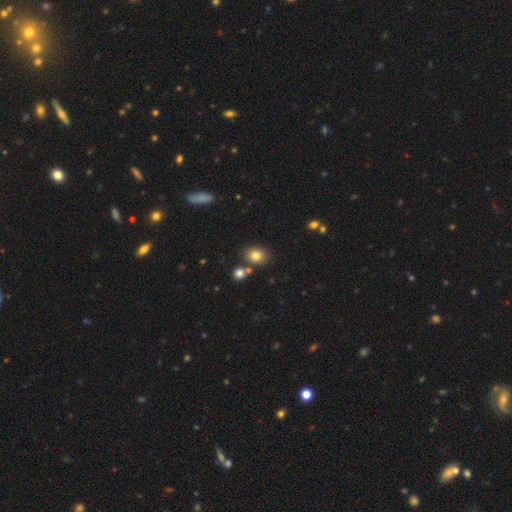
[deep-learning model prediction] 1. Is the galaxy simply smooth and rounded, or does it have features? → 80% smooth, 12% star or artifact, 8% featured or disk.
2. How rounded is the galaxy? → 62% round, 37% in between, 1% cigar-shaped.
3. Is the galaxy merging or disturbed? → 73% none, 14% merger, 10% minor disturbance, 3% major disturbance.